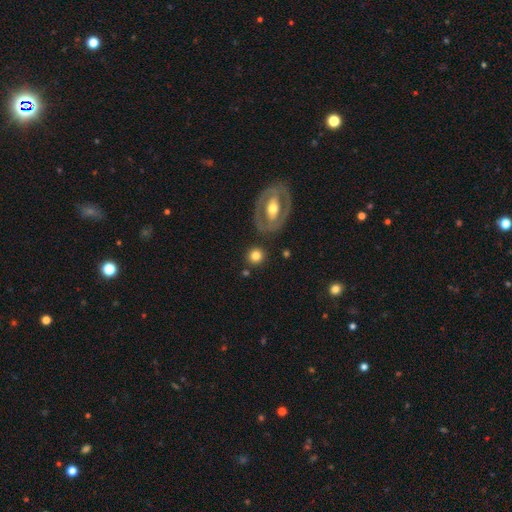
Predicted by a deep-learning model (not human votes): A smooth galaxy with no disk features (71%) that is round (88%). Merging: none (83%).